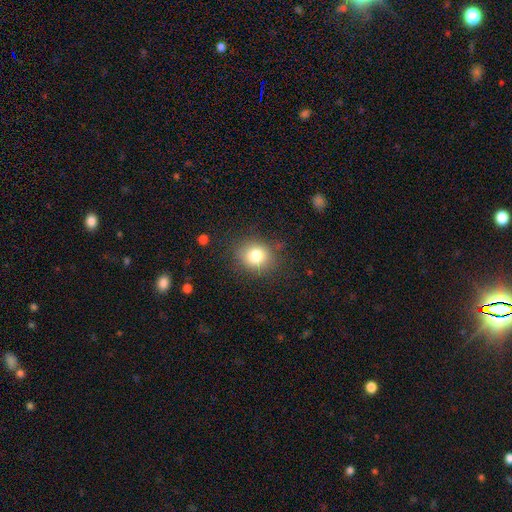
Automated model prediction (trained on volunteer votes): Q: Smooth or featured?
A: smooth (80%); runner-up: star or artifact (11%)
Q: How rounded?
A: round (69%); runner-up: in between (30%)
Q: Merging?
A: none (83%); runner-up: minor disturbance (12%)